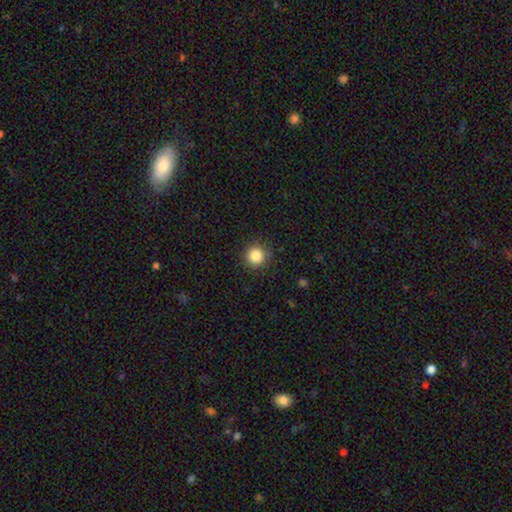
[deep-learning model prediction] smooth 85%, star or artifact 11%, featured or disk 4%. Down the decision tree: how rounded — round (94%); merging — none (90%).